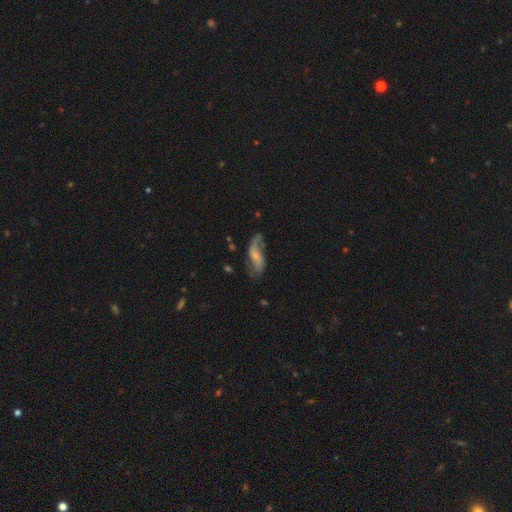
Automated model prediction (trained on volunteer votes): Smooth or featured?
  - featured or disk: 70% *
  - smooth: 24%
  - star or artifact: 7%
Edge-on disk?
  - no: 92% *
  - yes: 8%
Bar?
  - no: 51% *
  - weak: 34%
  - strong: 15%
Spiral arms?
  - yes: 88% *
  - no: 12%
Spiral winding?
  - loose: 71% *
  - medium: 22%
  - tight: 7%
Spiral arm count?
  - 2: 80% *
  - 1: 11%
  - can't tell: 7%
  - 3: 1%
  - 4: 1%
  - more than 4: 1%
Bulge size?
  - small: 63% *
  - moderate: 25%
  - none: 9%
  - large: 2%
  - dominant: 1%
Merging?
  - none: 50% *
  - minor disturbance: 26%
  - major disturbance: 20%
  - merger: 3%